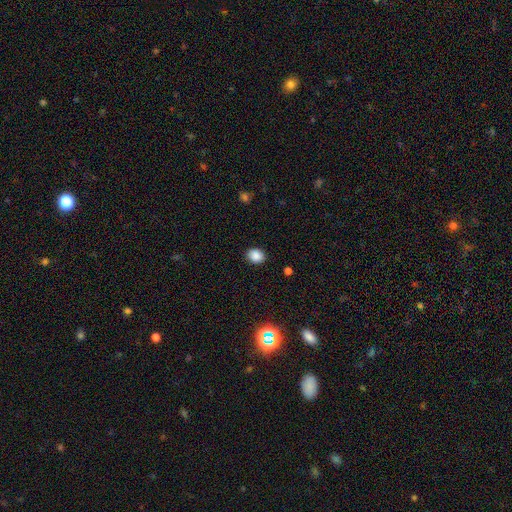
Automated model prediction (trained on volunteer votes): Smooth or featured?
  - smooth: 87% *
  - star or artifact: 10%
  - featured or disk: 3%
How rounded?
  - round: 54% *
  - in between: 45%
  - cigar-shaped: 1%
Merging?
  - none: 89% *
  - minor disturbance: 8%
  - major disturbance: 2%
  - merger: 1%